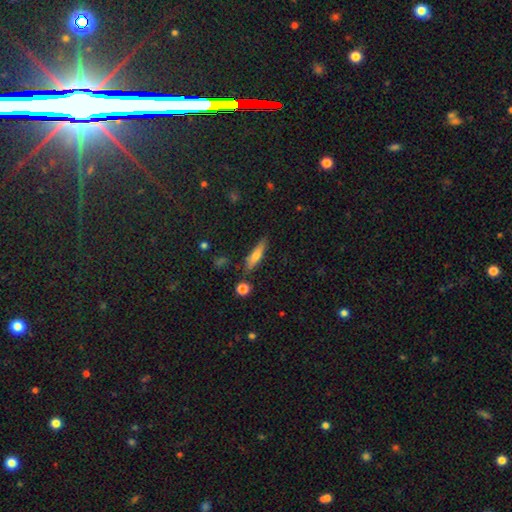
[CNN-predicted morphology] A smooth galaxy with no disk features (65%) that is cigar-shaped (75%). Merging: none (79%).